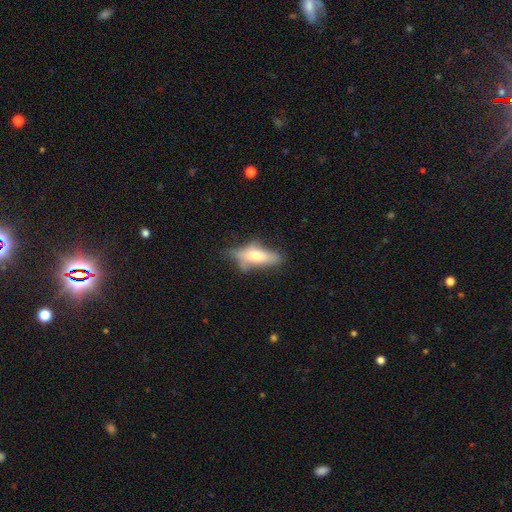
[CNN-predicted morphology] smooth_or_featured: smooth (p=0.54) [alt: featured or disk p=0.38]
how_rounded: in between (p=0.61) [alt: cigar-shaped p=0.36]
merging: none (p=0.48) [alt: minor disturbance p=0.30]